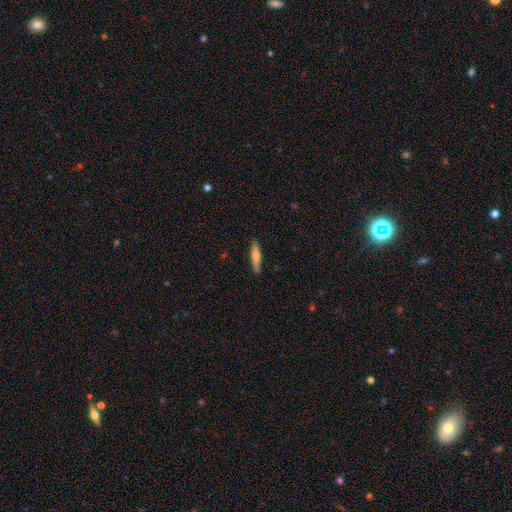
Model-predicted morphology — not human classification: Smooth or featured: smooth — 56% (featured or disk — 39%)
How rounded: cigar-shaped — 84% (in between — 15%)
Merging: none — 90% (minor disturbance — 7%)